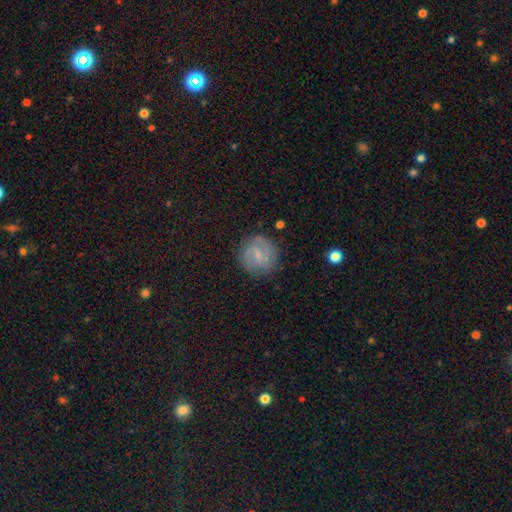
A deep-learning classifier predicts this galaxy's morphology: Q: Smooth or featured?
A: featured or disk (53%); runner-up: smooth (39%)
Q: Edge-on disk?
A: no (97%); runner-up: yes (3%)
Q: Bar?
A: weak (56%); runner-up: no (33%)
Q: Spiral arms?
A: yes (80%); runner-up: no (20%)
Q: Bulge size?
A: small (69%); runner-up: moderate (18%)
Q: Merging?
A: none (79%); runner-up: minor disturbance (14%)